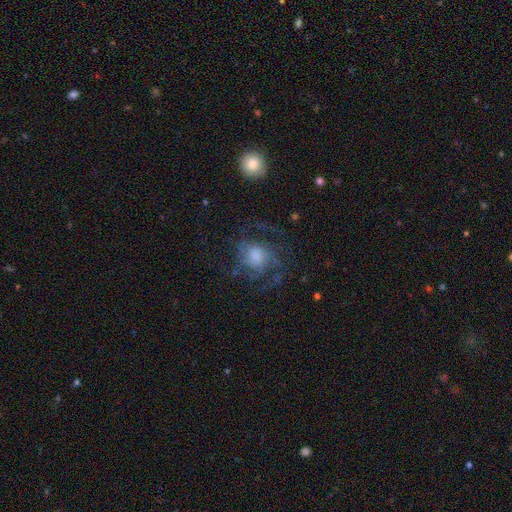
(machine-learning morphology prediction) smooth_or_featured: featured or disk (p=0.70) [alt: smooth p=0.19]
disk_edge_on: no (p=0.97) [alt: yes p=0.03]
bar: no (p=0.73) [alt: weak p=0.23]
has_spiral_arms: yes (p=0.88) [alt: no p=0.12]
spiral_winding: medium (p=0.46) [alt: tight p=0.32]
spiral_arm_count: can't tell (p=0.32) [alt: 3 p=0.25]
bulge_size: moderate (p=0.42) [alt: large p=0.28]
merging: none (p=0.59) [alt: major disturbance p=0.23]